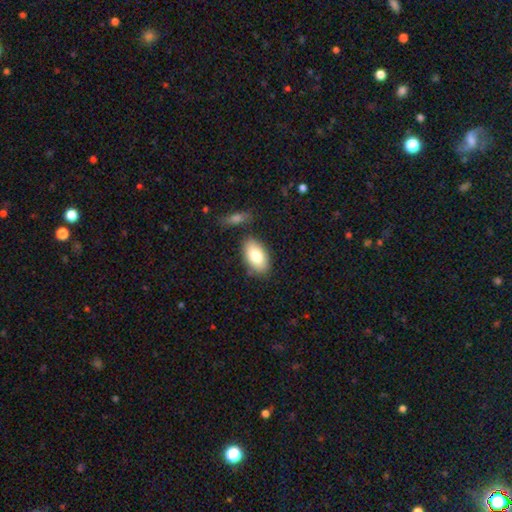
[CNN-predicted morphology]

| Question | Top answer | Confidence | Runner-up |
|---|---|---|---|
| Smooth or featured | smooth | 80% | featured or disk (14%) |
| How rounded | in between | 94% | round (4%) |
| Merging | none | 80% | minor disturbance (12%) |